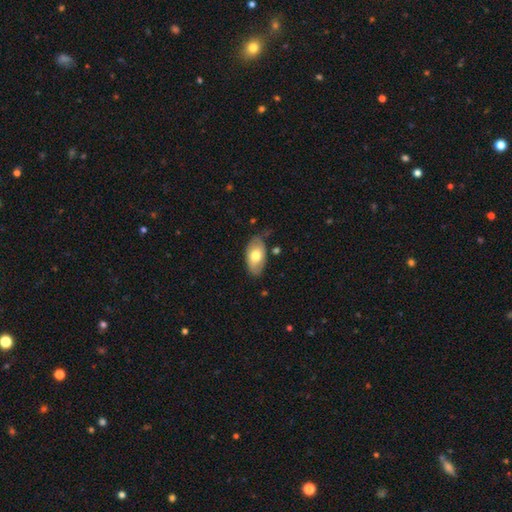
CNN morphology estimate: Overall: smooth (66%; featured or disk 27%). How rounded: in between (94%). Merging: none (72%).